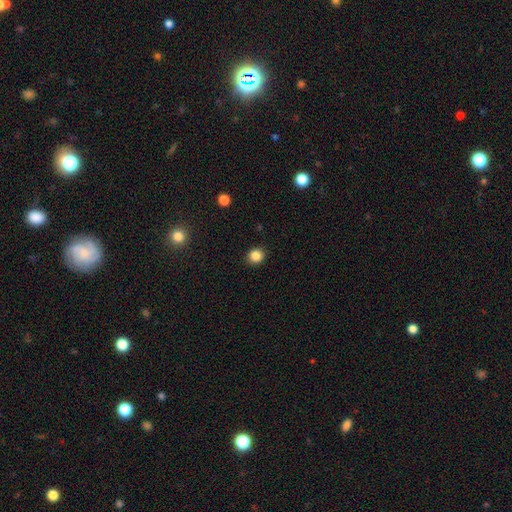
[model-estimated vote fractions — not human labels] This is clearly a smooth galaxy (85%). How rounded: clearly round (85%). Merging: clearly none (91%).